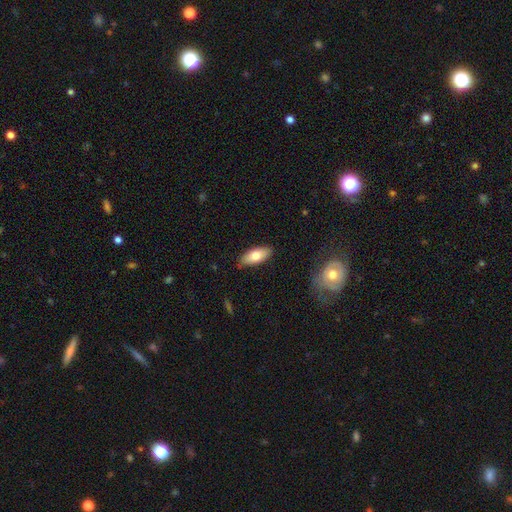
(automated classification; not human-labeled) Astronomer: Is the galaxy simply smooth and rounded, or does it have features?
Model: smooth — 74%.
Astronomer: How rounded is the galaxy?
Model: in between — 83%.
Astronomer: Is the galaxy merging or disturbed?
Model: none — 85%.